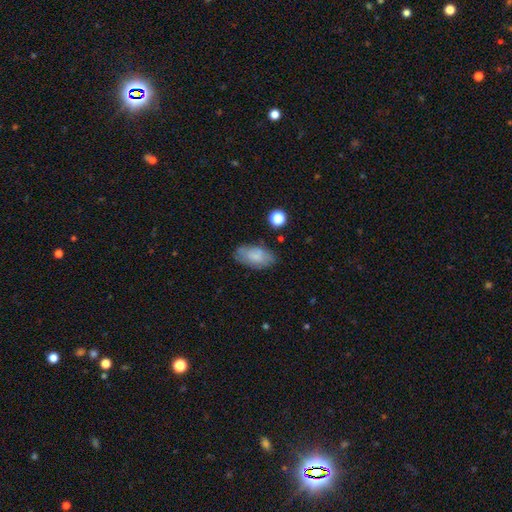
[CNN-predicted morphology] smooth-or-featured: smooth: 74% | featured or disk: 17% | star or artifact: 8%
  how-rounded: in between: 93% | round: 4% | cigar-shaped: 3%
  merging: none: 73% | minor disturbance: 19% | major disturbance: 5% | merger: 3%